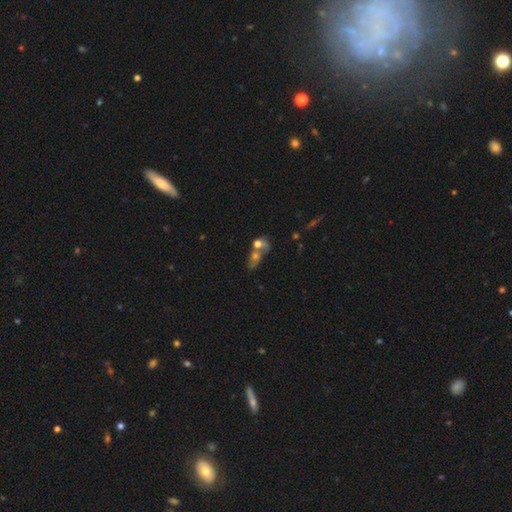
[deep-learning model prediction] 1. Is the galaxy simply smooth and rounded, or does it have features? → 46% smooth, 33% featured or disk, 22% star or artifact.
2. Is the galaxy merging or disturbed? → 52% merger, 29% none, 9% minor disturbance, 9% major disturbance.